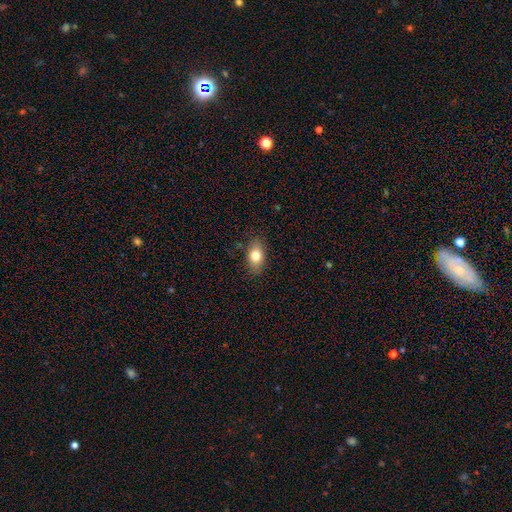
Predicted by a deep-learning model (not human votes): This appears to be a smooth galaxy with no disk features (79%) that is in between round and cigar-shaped (85%). Merging: none (84%).